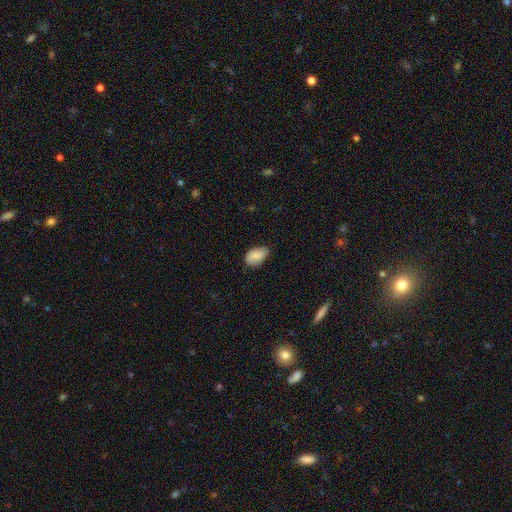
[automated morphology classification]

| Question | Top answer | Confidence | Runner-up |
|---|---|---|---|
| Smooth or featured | smooth | 86% | featured or disk (7%) |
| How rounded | in between | 90% | round (8%) |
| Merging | none | 65% | minor disturbance (30%) |